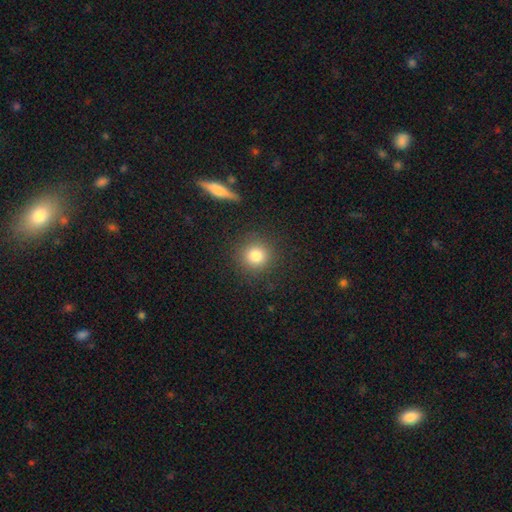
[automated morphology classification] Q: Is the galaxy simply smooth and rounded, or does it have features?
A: smooth — 81%.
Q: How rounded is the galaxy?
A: round — 92%.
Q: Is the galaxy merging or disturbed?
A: none — 87%.